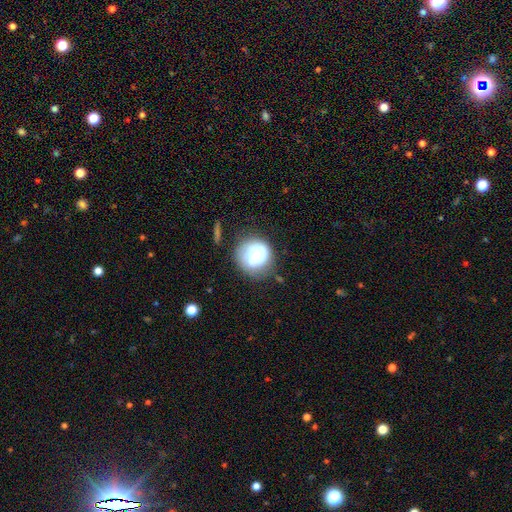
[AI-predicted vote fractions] Overall: smooth (61%; featured or disk 31%). How rounded: round (88%). Merging: none (59%; minor disturbance 22%).